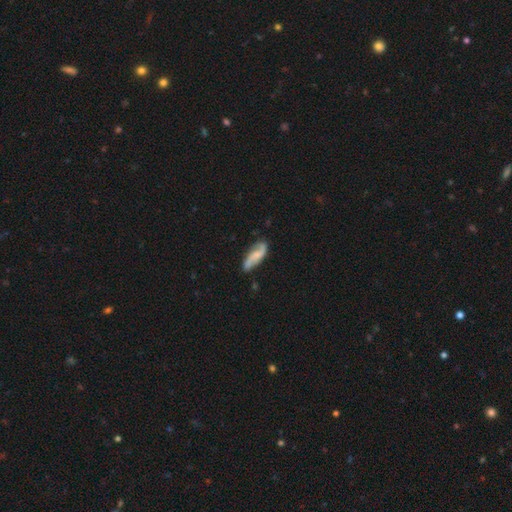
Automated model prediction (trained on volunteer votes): A featured or disk galaxy (62%) with no bar (54%), 2 (89%) loose (60%) spiral arms (93%) and no central bulge (36%, tied with small). Merging: none (69%).